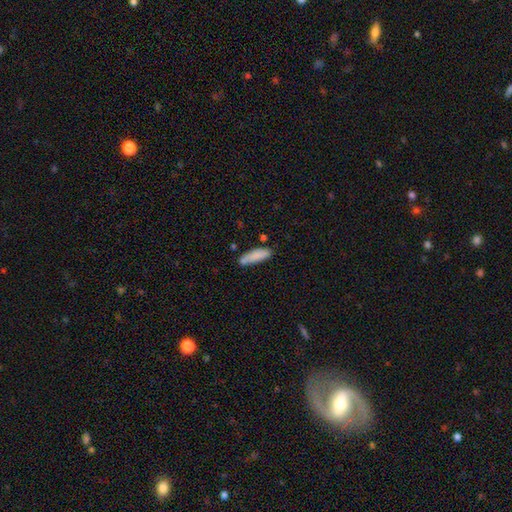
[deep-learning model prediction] Q: Smooth or featured?
A: smooth (84%); runner-up: featured or disk (9%)
Q: How rounded?
A: cigar-shaped (60%); runner-up: in between (38%)
Q: Merging?
A: none (71%); runner-up: minor disturbance (19%)